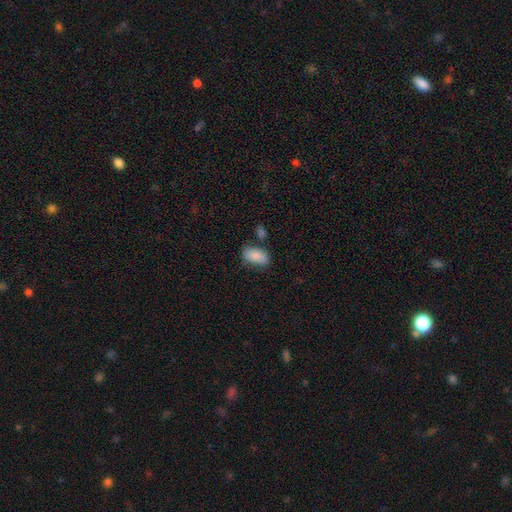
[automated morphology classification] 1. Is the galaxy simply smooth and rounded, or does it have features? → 83% smooth, 10% featured or disk, 7% star or artifact.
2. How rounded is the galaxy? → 93% in between, 5% round, 2% cigar-shaped.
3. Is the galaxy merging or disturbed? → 62% none, 23% minor disturbance, 10% merger, 6% major disturbance.